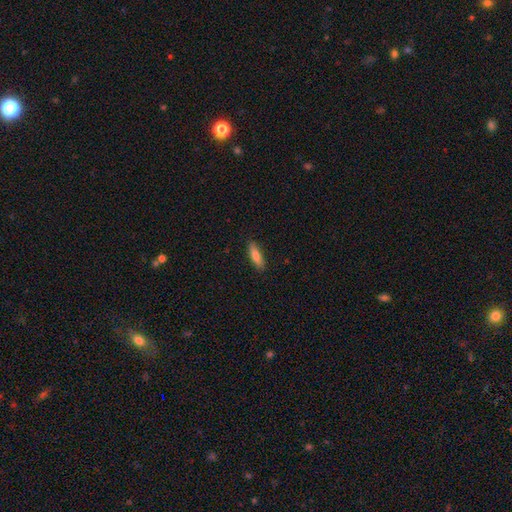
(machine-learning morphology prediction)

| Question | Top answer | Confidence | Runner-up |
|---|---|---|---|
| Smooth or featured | smooth | 77% | featured or disk (16%) |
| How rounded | cigar-shaped | 56% | in between (42%) |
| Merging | none | 88% | minor disturbance (9%) |